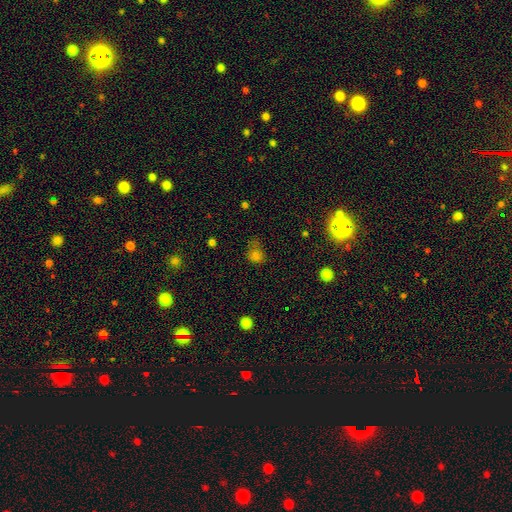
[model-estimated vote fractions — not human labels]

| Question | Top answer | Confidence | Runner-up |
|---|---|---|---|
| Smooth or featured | smooth | 72% | star or artifact (19%) |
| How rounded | round | 60% | in between (39%) |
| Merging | none | 47% | minor disturbance (30%) |